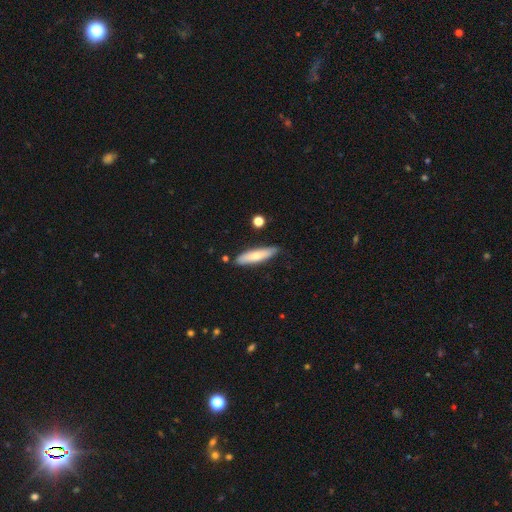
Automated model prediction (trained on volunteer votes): Morphology: type=smooth (67%); roundness=cigar-shaped (73%); merging=none (82%).